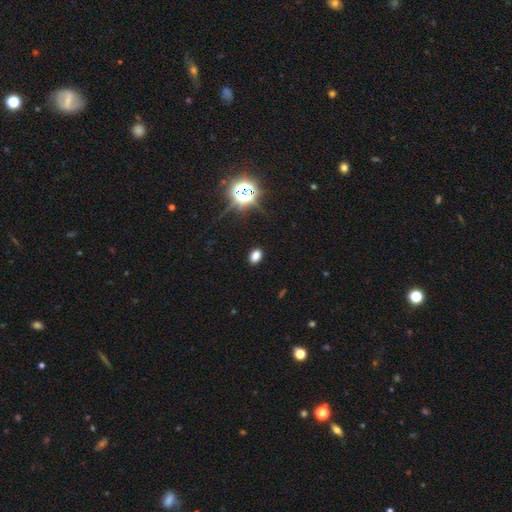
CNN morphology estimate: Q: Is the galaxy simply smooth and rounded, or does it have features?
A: smooth — 74%.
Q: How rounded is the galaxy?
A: in between — 81%.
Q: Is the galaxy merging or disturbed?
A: none — 89%.